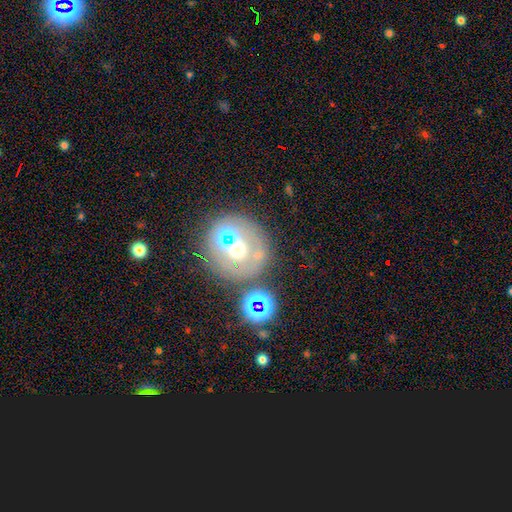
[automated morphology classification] Smooth or featured: smooth — 37% (featured or disk — 34%)
Merging: none — 64% (merger — 15%)